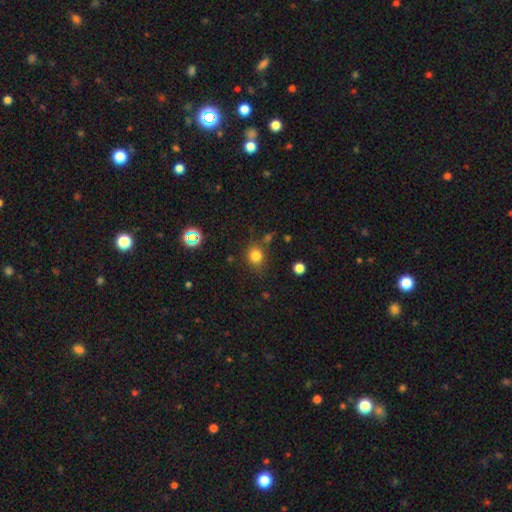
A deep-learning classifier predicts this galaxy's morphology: A smooth galaxy with no disk features (78%) that is round (79%). Merging: none (75%).